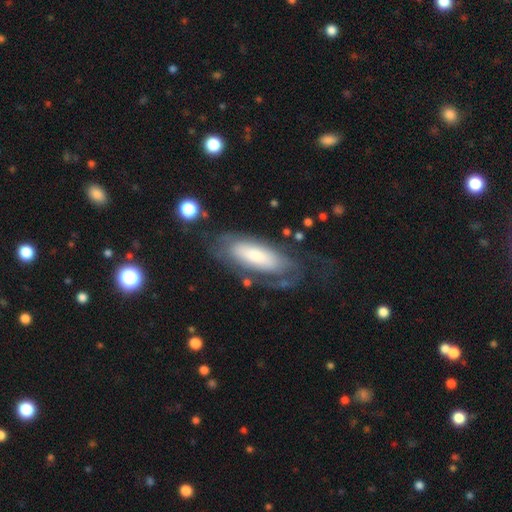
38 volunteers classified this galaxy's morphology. smooth_or_featured: featured or disk (p=0.53) [alt: smooth p=0.47]
disk_edge_on: no (p=0.80) [alt: yes p=0.20]
bar: no (p=0.62) [alt: weak p=0.25]
has_spiral_arms: yes (p=0.88) [alt: no p=0.12]
spiral_winding: tight (p=0.50) [tied with: medium p=0.50]
spiral_arm_count: can't tell (p=0.79) [alt: 2 p=0.21]
bulge_size: large (p=0.31) [tied with: moderate p=0.31]
merging: none (p=0.39) [alt: minor disturbance p=0.29]